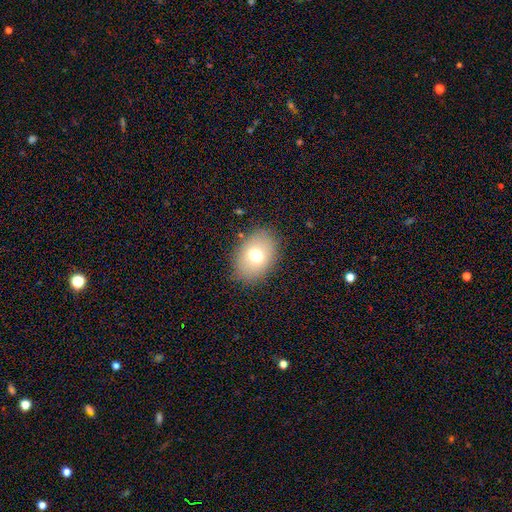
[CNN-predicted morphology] Smooth or featured?
  - smooth: 71% *
  - featured or disk: 18%
  - star or artifact: 12%
How rounded?
  - in between: 73% *
  - round: 26%
  - cigar-shaped: 1%
Merging?
  - none: 85% *
  - minor disturbance: 10%
  - major disturbance: 4%
  - merger: 1%